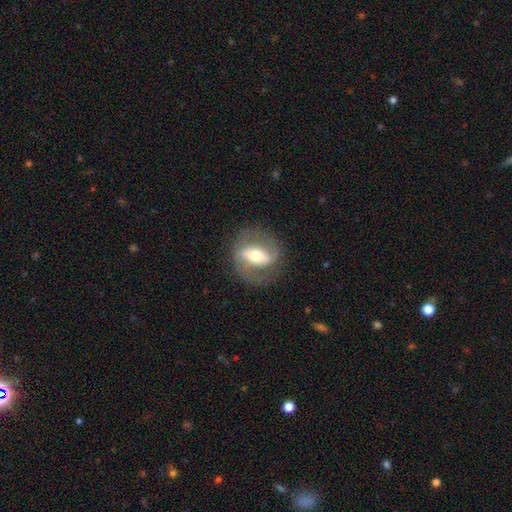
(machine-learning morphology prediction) Smooth or featured?
  - featured or disk: 69% *
  - smooth: 25%
  - star or artifact: 6%
Edge-on disk?
  - no: 87% *
  - yes: 13%
Bar?
  - strong: 58% *
  - weak: 25%
  - no: 16%
Spiral arms?
  - yes: 58% *
  - no: 42%
Bulge size?
  - moderate: 66% *
  - large: 16%
  - small: 15%
  - dominant: 2%
  - none: 1%
Merging?
  - none: 77% *
  - minor disturbance: 13%
  - major disturbance: 8%
  - merger: 1%